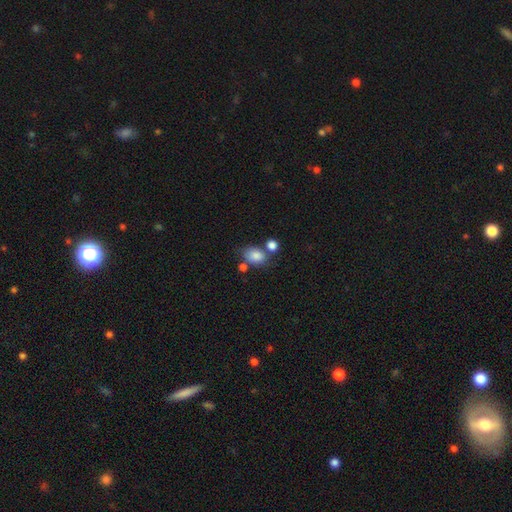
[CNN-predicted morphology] This is clearly a smooth galaxy (83%). How rounded: likely in between (67%). Merging: possibly none (53%).